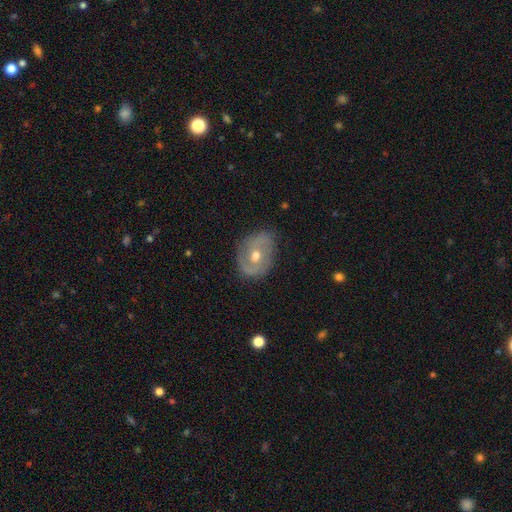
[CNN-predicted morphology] type=featured or disk (68%); edge-on=no (95%); bar=no (59%); spiral arms=yes (70%); bulge=moderate (75%); merging=none (71%).